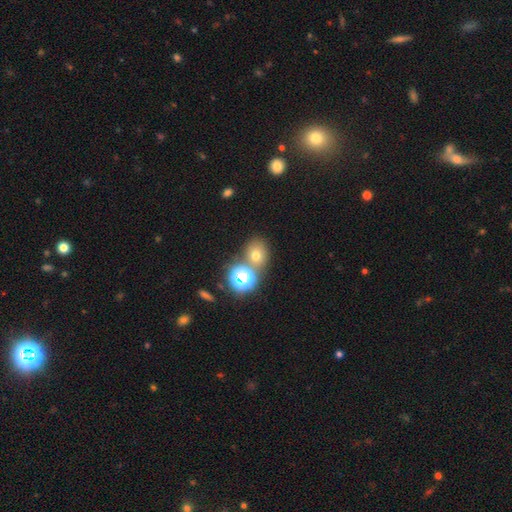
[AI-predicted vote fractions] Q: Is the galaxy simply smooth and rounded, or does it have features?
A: smooth — 63%.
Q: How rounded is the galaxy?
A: round — 63%.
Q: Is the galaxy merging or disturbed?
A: none — 61%.